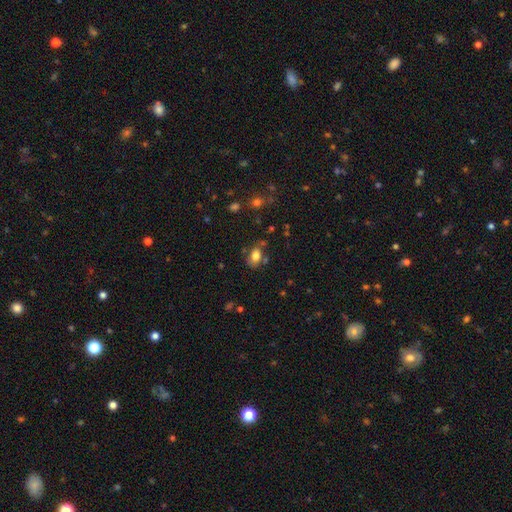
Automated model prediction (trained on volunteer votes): Smooth or featured? smooth (78%)
How rounded? in between (81%)
Merging? none (63%)